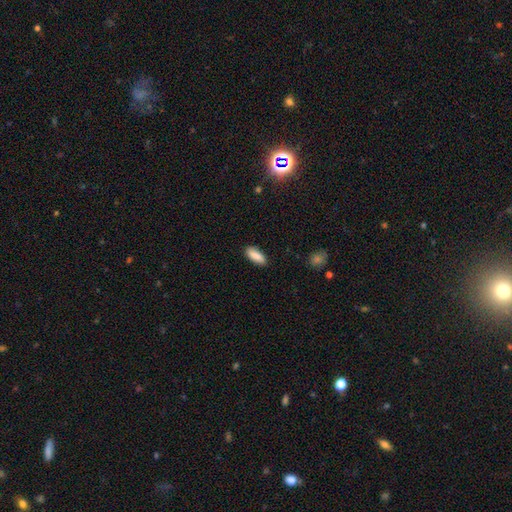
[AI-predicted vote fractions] This appears to be a smooth galaxy with no disk features (88%) that is in between round and cigar-shaped (75%). Merging: none (86%).